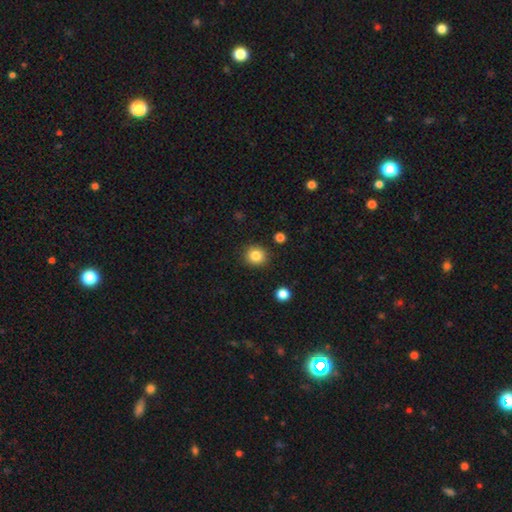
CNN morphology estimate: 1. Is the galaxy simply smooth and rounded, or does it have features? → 85% smooth, 11% star or artifact, 5% featured or disk.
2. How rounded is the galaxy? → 87% round, 12% in between, 1% cigar-shaped.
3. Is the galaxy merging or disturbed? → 90% none, 6% minor disturbance, 2% major disturbance, 2% merger.